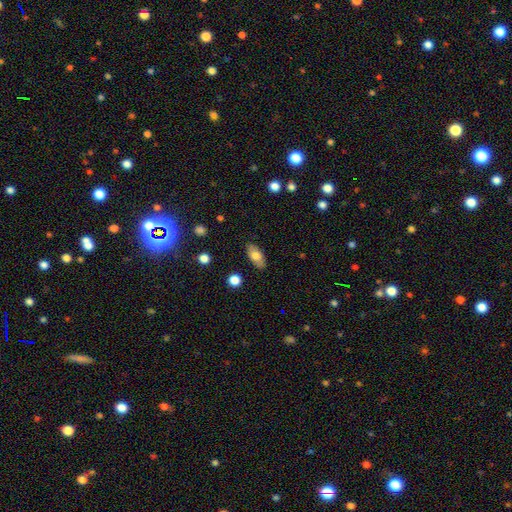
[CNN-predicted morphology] This appears to be a smooth galaxy with no disk features (72%) that is in between round and cigar-shaped (90%). Merging: none (86%).